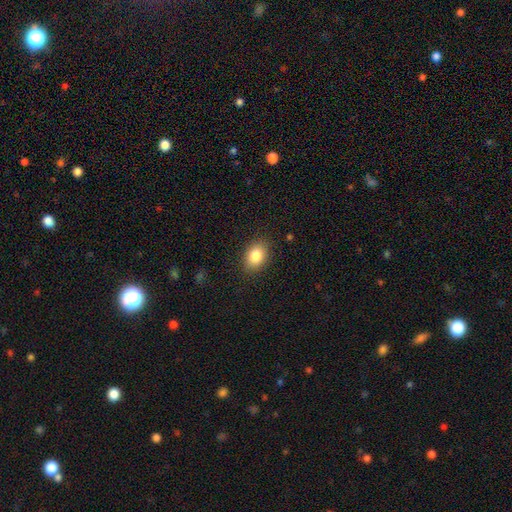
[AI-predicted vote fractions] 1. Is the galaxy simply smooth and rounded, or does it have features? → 84% smooth, 9% star or artifact, 7% featured or disk.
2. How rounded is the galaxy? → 74% in between, 25% round, 1% cigar-shaped.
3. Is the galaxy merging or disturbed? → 87% none, 10% minor disturbance, 3% major disturbance, 1% merger.